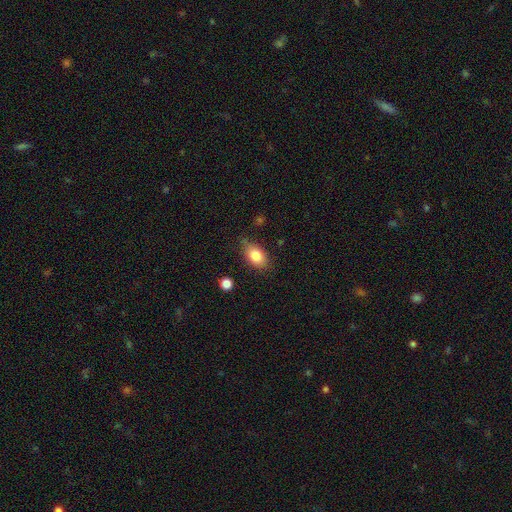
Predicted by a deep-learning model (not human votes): smooth 83%, featured or disk 9%, star or artifact 8%. Down the decision tree: how rounded — in between (87%); merging — none (74%).